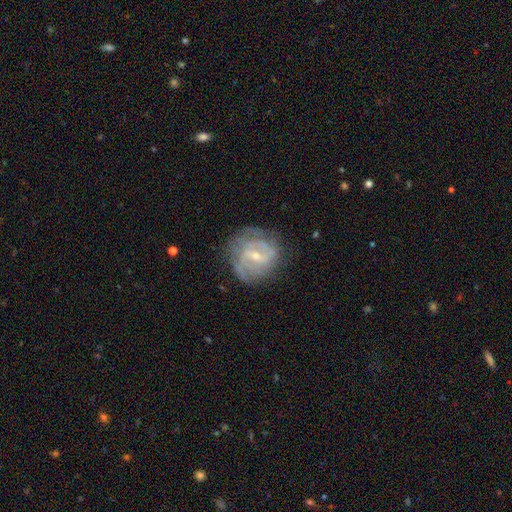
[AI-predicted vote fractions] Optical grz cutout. It shows a featured or disk galaxy (81%) with a weak bar (54%), 2 (37%) tight (49%) spiral arms (89%) and a small central bulge (68%). Merging: none (70%).